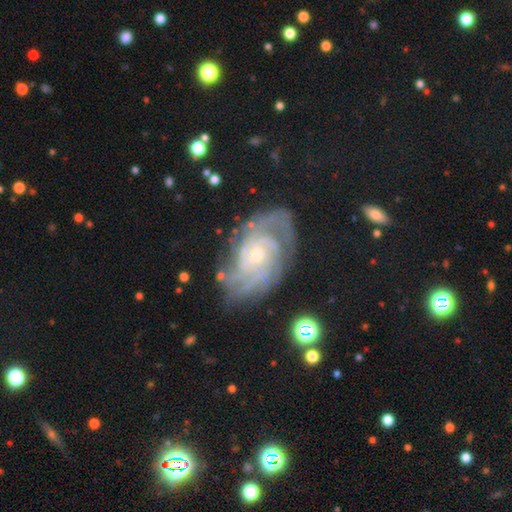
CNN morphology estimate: Overall: featured or disk (87%). Edge-on disk: no (96%). Bar: no (70%). Spiral arms: yes (97%). Spiral arm count: can't tell (28%; 2 22%). Spiral winding: tight (67%). Bulge size: small (73%). Merging: none (72%).